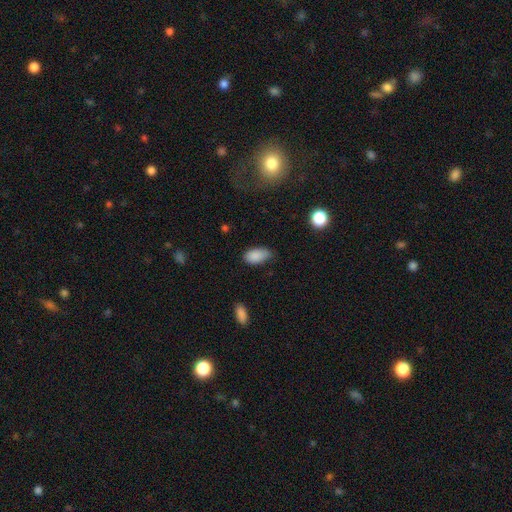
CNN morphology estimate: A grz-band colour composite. It shows a smooth galaxy with no disk features (88%) that is in between round and cigar-shaped (94%). Merging: none (64%).